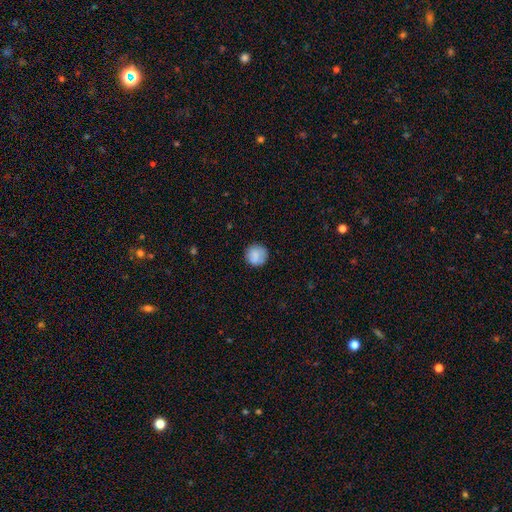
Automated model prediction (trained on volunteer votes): Smooth or featured?
  - smooth: 80% *
  - featured or disk: 12%
  - star or artifact: 8%
How rounded?
  - round: 92% *
  - in between: 7%
  - cigar-shaped: 1%
Merging?
  - none: 79% *
  - minor disturbance: 14%
  - major disturbance: 4%
  - merger: 2%